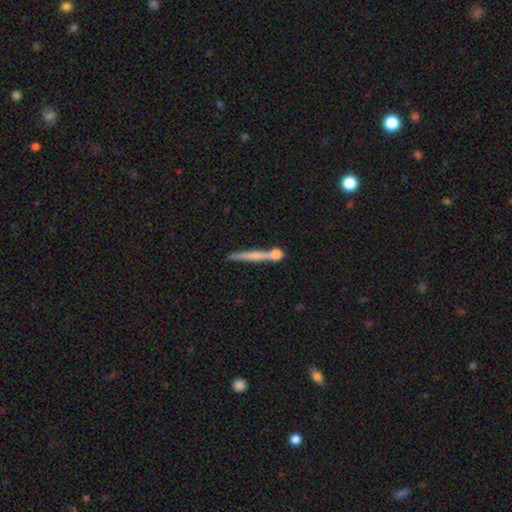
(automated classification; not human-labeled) smooth_or_featured: featured or disk (p=0.47) [alt: smooth p=0.45]
merging: none (p=0.68) [alt: merger p=0.17]